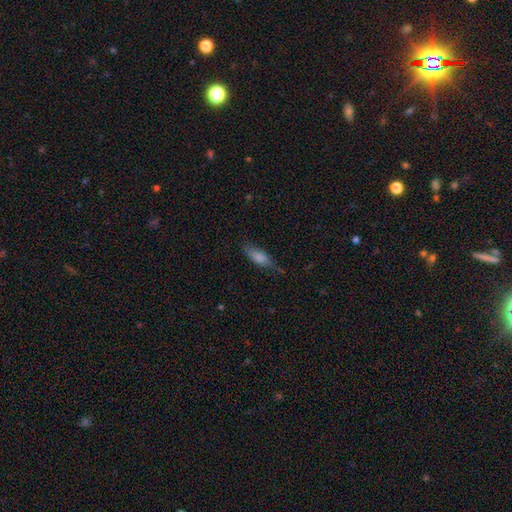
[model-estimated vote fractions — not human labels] This appears to be a smooth galaxy with no disk features (57%) that is cigar-shaped (53%). Merging: none (65%).